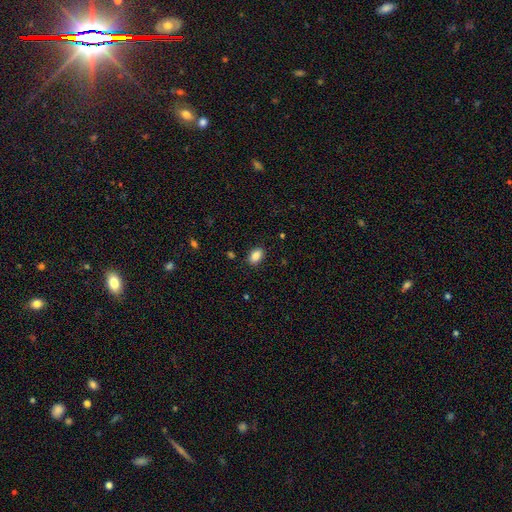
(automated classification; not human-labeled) Q: Smooth or featured?
A: smooth (87%); runner-up: star or artifact (8%)
Q: How rounded?
A: in between (88%); runner-up: round (11%)
Q: Merging?
A: none (87%); runner-up: minor disturbance (9%)